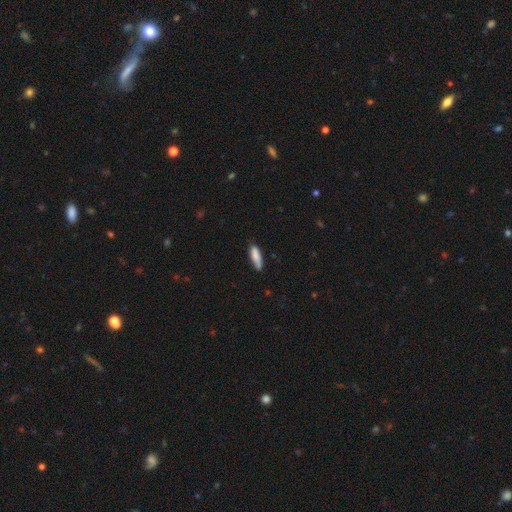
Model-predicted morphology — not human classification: Smooth or featured?
  - smooth: 84% *
  - featured or disk: 9%
  - star or artifact: 6%
How rounded?
  - cigar-shaped: 51% *
  - in between: 47%
  - round: 2%
Merging?
  - none: 69% *
  - minor disturbance: 25%
  - major disturbance: 4%
  - merger: 2%